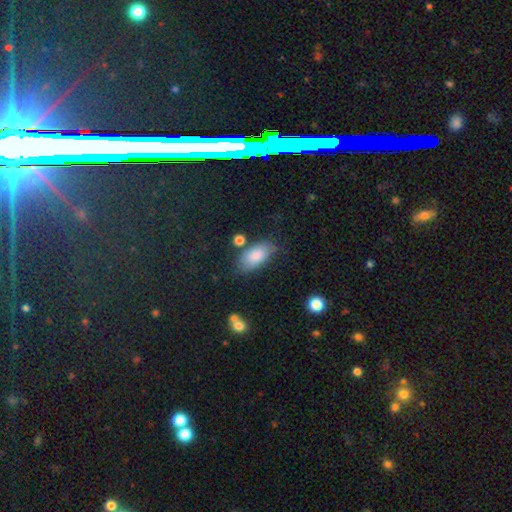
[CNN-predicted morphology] A smooth galaxy with no disk features (82%) that is in between round and cigar-shaped (91%). Merging: none (66%).